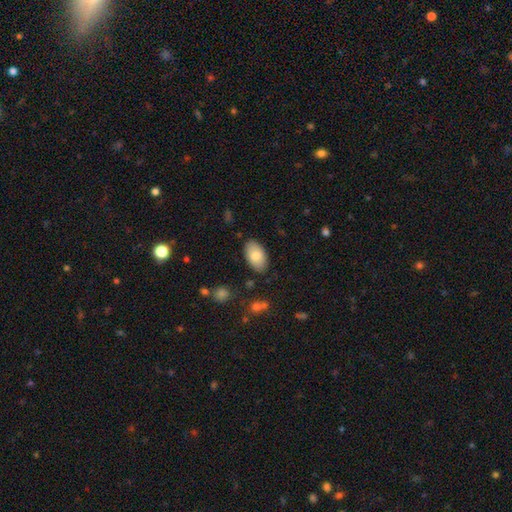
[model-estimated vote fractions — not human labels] smooth_or_featured: smooth (p=0.80) [alt: featured or disk p=0.14]
how_rounded: in between (p=0.95) [alt: round p=0.04]
merging: none (p=0.85) [alt: minor disturbance p=0.11]